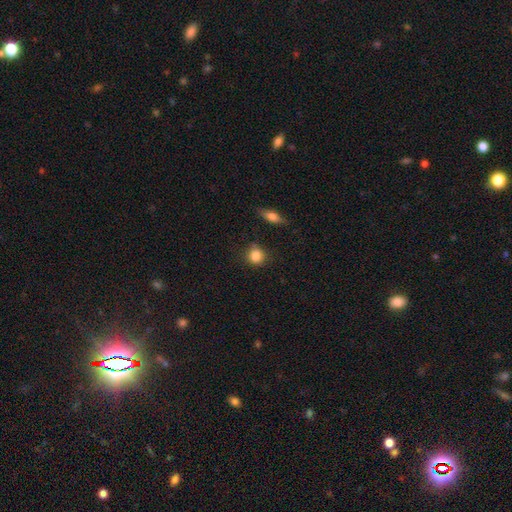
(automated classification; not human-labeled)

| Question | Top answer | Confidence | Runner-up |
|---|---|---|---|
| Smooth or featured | smooth | 85% | star or artifact (9%) |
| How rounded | round | 82% | in between (16%) |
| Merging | none | 76% | minor disturbance (15%) |